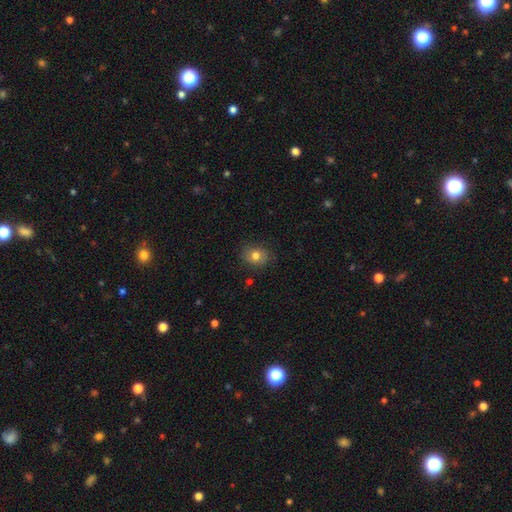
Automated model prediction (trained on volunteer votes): This appears to be a smooth galaxy with no disk features (77%) that is round (56%). Merging: none (81%).